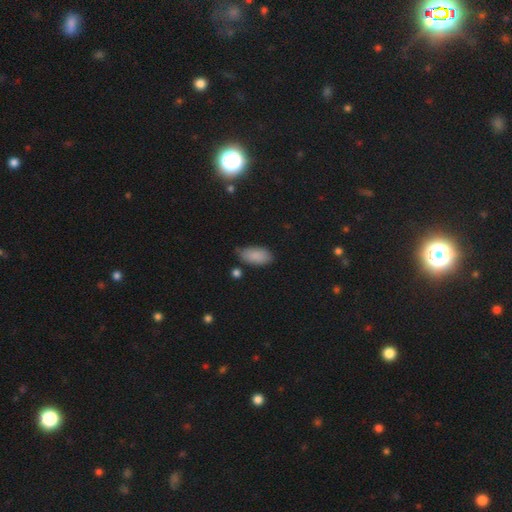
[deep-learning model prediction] smooth 88%, star or artifact 7%, featured or disk 5%. Down the decision tree: how rounded — in between (92%); merging — none (71%).